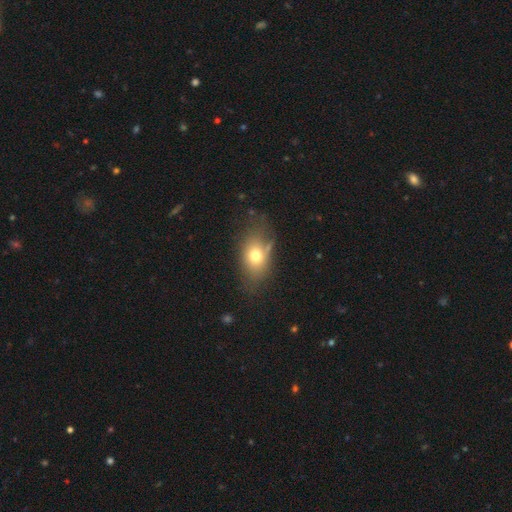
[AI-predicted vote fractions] Smooth or featured? smooth (68%)
How rounded? in between (76%)
Merging? none (62%)